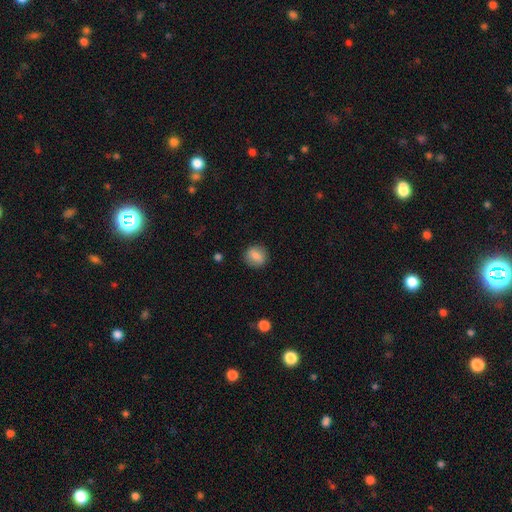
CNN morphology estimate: smooth 82%, featured or disk 10%, star or artifact 8%. Down the decision tree: how rounded — round (71%); merging — none (86%).